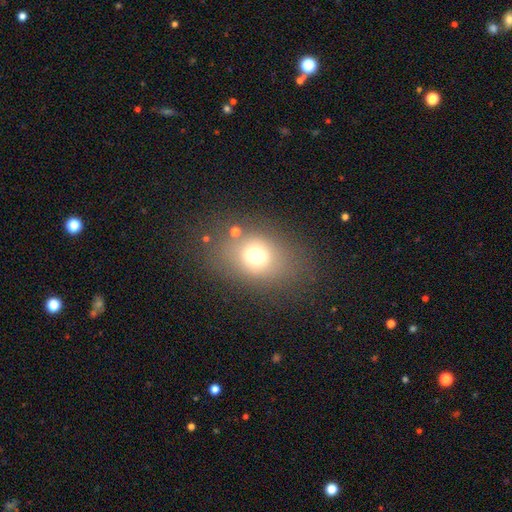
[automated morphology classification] Smooth or featured?
  - smooth: 69% *
  - featured or disk: 15%
  - star or artifact: 15%
How rounded?
  - in between: 66% *
  - round: 33%
  - cigar-shaped: 1%
Merging?
  - none: 75% *
  - minor disturbance: 13%
  - major disturbance: 8%
  - merger: 4%